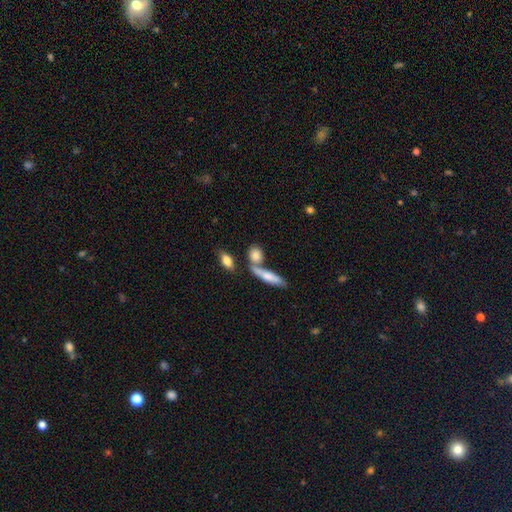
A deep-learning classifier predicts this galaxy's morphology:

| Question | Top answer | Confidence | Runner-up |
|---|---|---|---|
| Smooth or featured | smooth | 78% | featured or disk (15%) |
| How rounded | in between | 46% | round (28%) |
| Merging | none | 56% | merger (27%) |